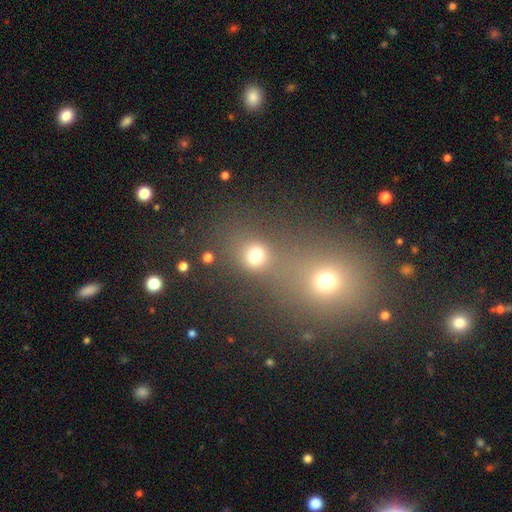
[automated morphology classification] type=smooth (72%); roundness=round (73%); merging=none (55%).